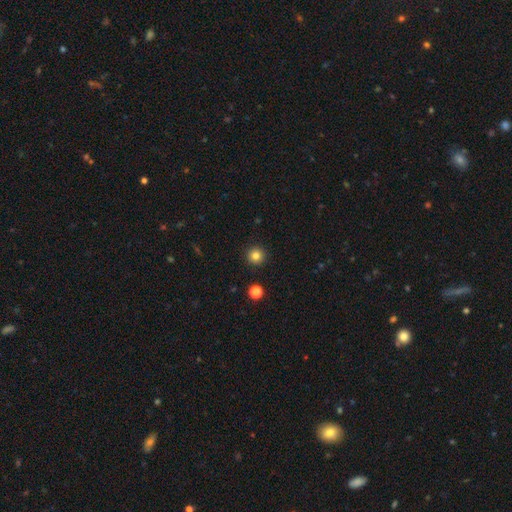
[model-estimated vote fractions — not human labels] Smooth or featured? smooth (82%)
How rounded? round (96%)
Merging? none (93%)